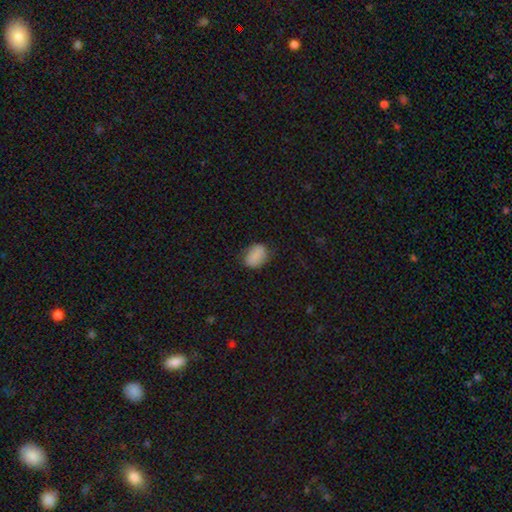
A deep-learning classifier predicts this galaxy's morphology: This appears to be a smooth galaxy with no disk features (80%) that is in between round and cigar-shaped (73%). Merging: none (78%).